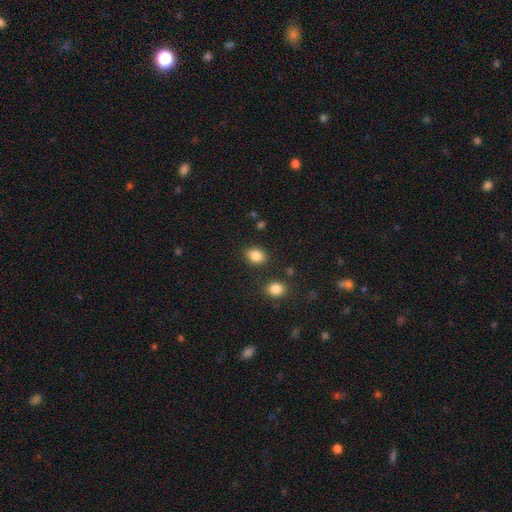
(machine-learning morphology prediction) Q: Smooth or featured?
A: smooth (85%); runner-up: star or artifact (9%)
Q: How rounded?
A: in between (58%); runner-up: round (41%)
Q: Merging?
A: none (84%); runner-up: minor disturbance (10%)